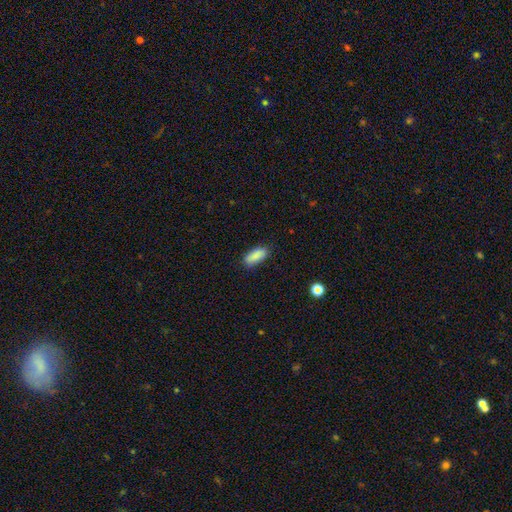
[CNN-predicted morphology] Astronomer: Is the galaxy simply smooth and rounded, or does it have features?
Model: smooth — 89%.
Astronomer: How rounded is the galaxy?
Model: in between — 83%.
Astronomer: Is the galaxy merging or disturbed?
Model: none — 85%.